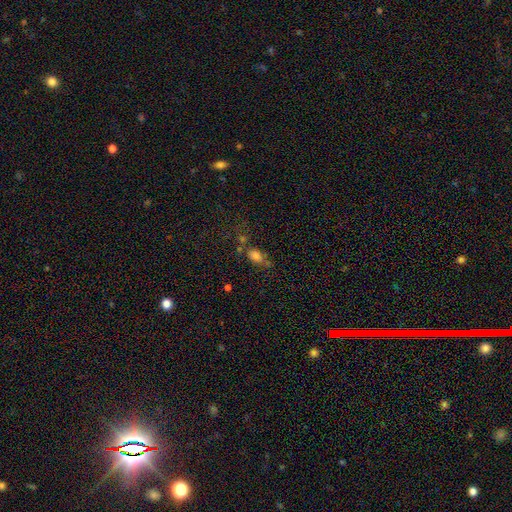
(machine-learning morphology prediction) smooth_or_featured: smooth (p=0.73) [alt: star or artifact p=0.17]
how_rounded: in between (p=0.75) [alt: round p=0.21]
merging: none (p=0.46) [alt: merger p=0.22]